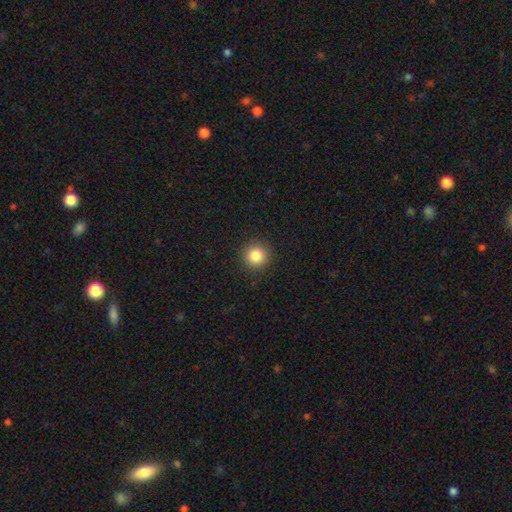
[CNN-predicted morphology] Smooth or featured?
  - smooth: 85% *
  - star or artifact: 11%
  - featured or disk: 4%
How rounded?
  - round: 95% *
  - in between: 4%
  - cigar-shaped: 1%
Merging?
  - none: 91% *
  - minor disturbance: 6%
  - major disturbance: 2%
  - merger: 1%